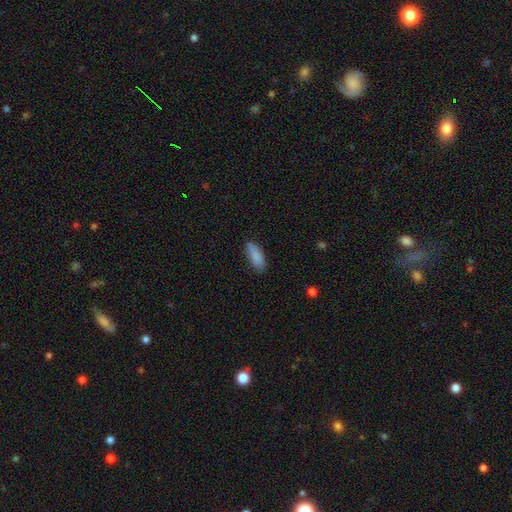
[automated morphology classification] smooth-or-featured: smooth: 88% | star or artifact: 7% | featured or disk: 6%
  how-rounded: in between: 70% | cigar-shaped: 28% | round: 2%
  merging: none: 81% | minor disturbance: 15% | major disturbance: 3% | merger: 1%